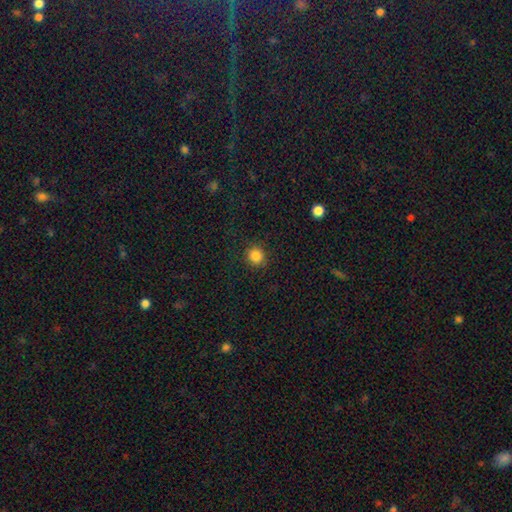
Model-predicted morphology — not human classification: The model was most divided on "smooth or featured": smooth: 85%, star or artifact: 11%, featured or disk: 4%. More confident: merging — none (90%); how rounded — round (89%).